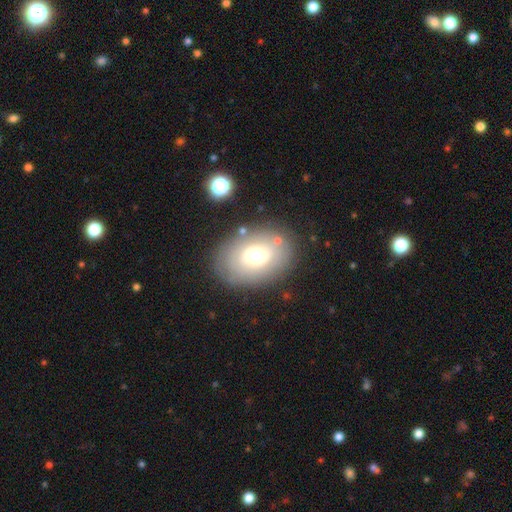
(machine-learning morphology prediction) type=smooth (59%); roundness=in between (76%); merging=none (77%).